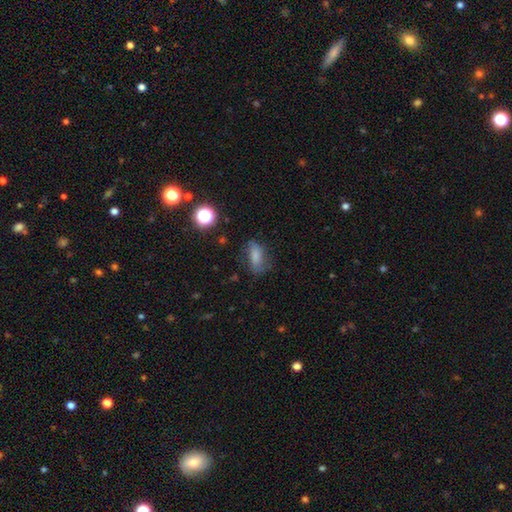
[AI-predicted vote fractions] smooth-or-featured: smooth: 69% | featured or disk: 19% | star or artifact: 12%
  how-rounded: in between: 79% | cigar-shaped: 14% | round: 7%
  merging: none: 63% | minor disturbance: 24% | major disturbance: 11% | merger: 2%